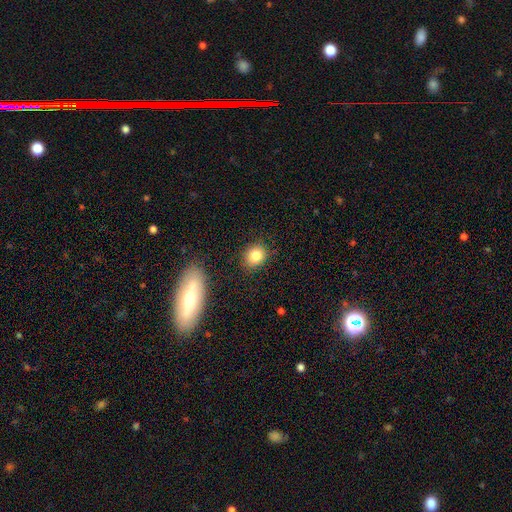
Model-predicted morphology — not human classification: The model was most divided on "how rounded": round: 63%, in between: 36%, cigar-shaped: 1%. More confident: merging — none (86%); smooth or featured — smooth (83%).